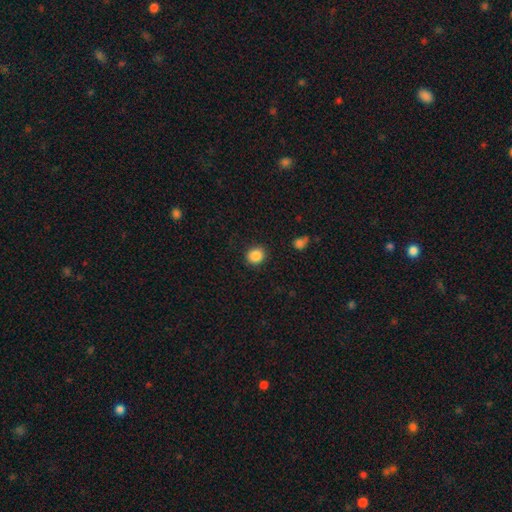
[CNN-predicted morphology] Smooth or featured?
  - smooth: 87% *
  - star or artifact: 9%
  - featured or disk: 3%
How rounded?
  - round: 79% *
  - in between: 20%
  - cigar-shaped: 1%
Merging?
  - none: 90% *
  - minor disturbance: 7%
  - major disturbance: 2%
  - merger: 1%